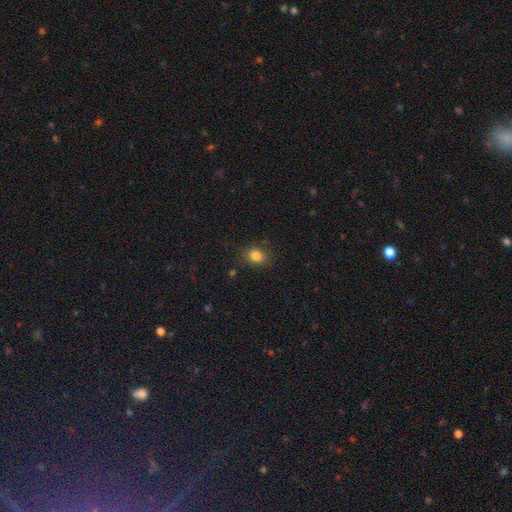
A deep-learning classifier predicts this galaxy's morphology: type=smooth (83%); roundness=round (53%); merging=none (82%).